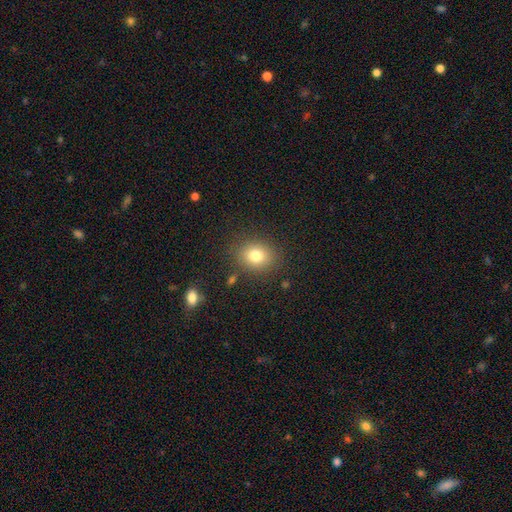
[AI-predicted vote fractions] Smooth or featured? Predicted: smooth (p=0.79). How rounded? Predicted: round (p=0.55). Merging? Predicted: none (p=0.84).